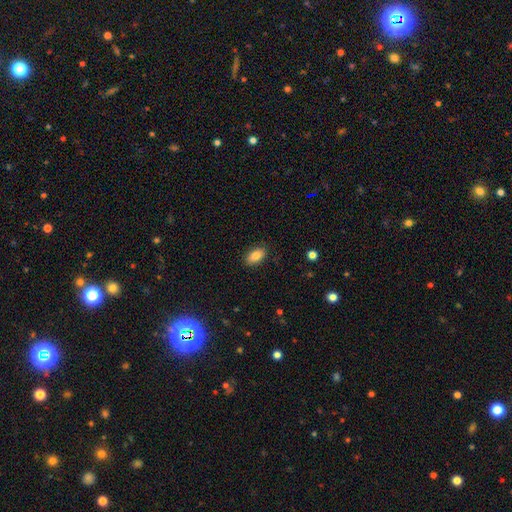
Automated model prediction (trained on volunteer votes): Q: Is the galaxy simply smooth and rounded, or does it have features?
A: smooth — 84%.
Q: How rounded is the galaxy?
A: in between — 91%.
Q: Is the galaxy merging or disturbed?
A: none — 87%.